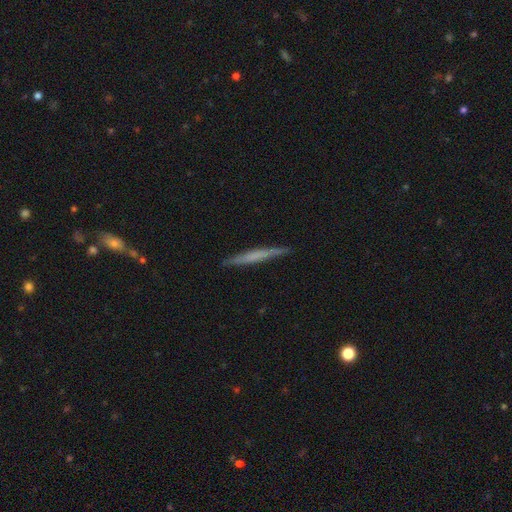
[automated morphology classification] Smooth or featured: featured or disk — 48% (smooth — 46%)
Merging: none — 89% (minor disturbance — 8%)